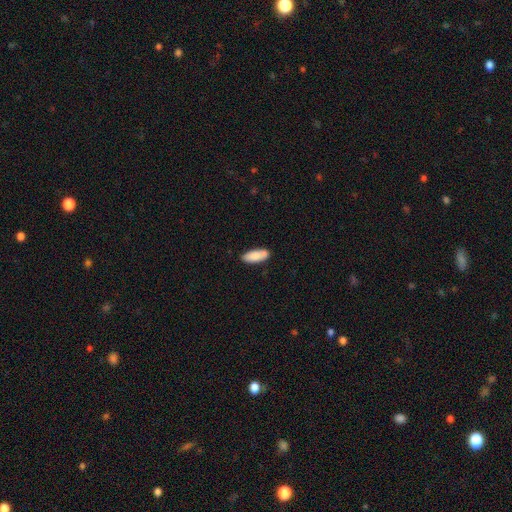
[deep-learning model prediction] smooth 84%, featured or disk 10%, star or artifact 6%. Down the decision tree: how rounded — in between (77%); merging — none (73%).